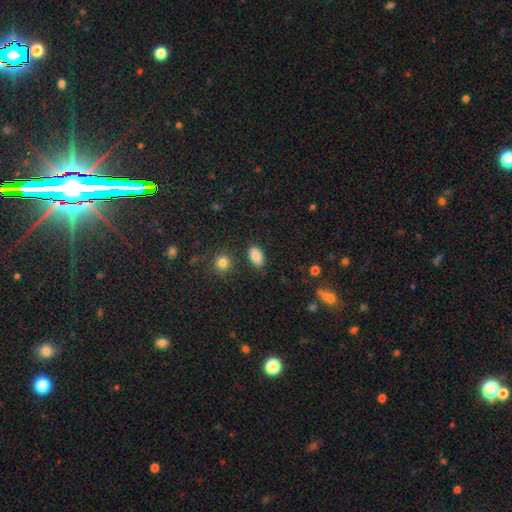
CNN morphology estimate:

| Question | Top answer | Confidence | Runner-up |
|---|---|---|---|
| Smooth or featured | smooth | 86% | star or artifact (9%) |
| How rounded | in between | 91% | round (7%) |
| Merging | none | 84% | minor disturbance (10%) |